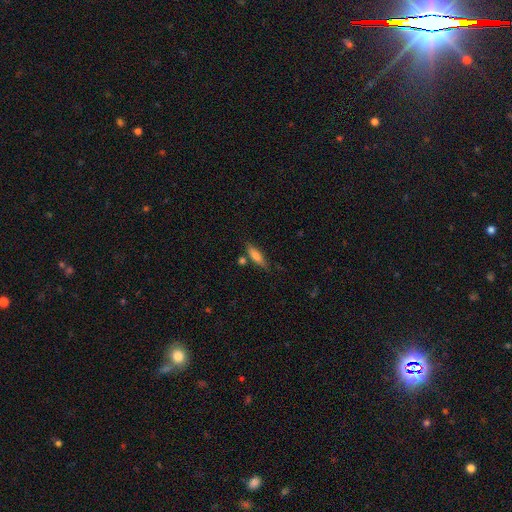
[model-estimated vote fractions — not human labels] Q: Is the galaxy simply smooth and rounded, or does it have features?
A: smooth — 70%.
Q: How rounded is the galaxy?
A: cigar-shaped — 61%.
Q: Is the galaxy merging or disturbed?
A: none — 72%.